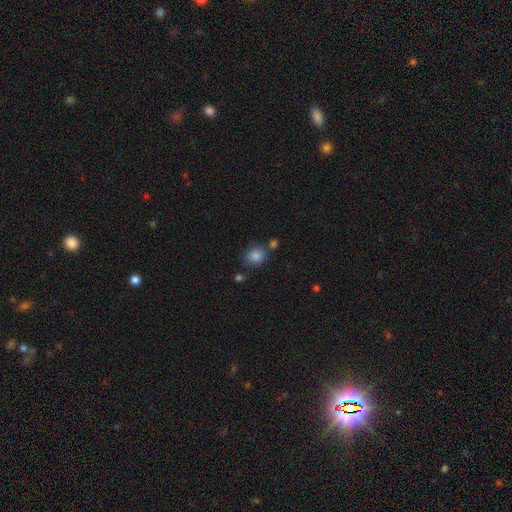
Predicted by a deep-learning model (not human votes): smooth-or-featured: smooth: 84% | star or artifact: 10% | featured or disk: 6%
  how-rounded: round: 58% | in between: 41% | cigar-shaped: 1%
  merging: none: 67% | minor disturbance: 16% | merger: 12% | major disturbance: 5%